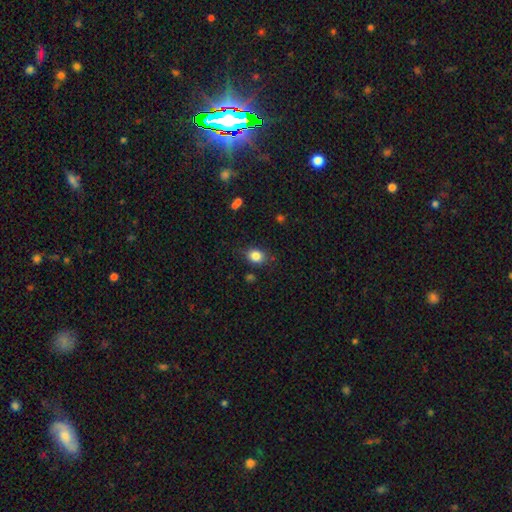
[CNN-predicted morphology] smooth-or-featured: smooth: 84% | star or artifact: 10% | featured or disk: 6%
  how-rounded: in between: 54% | round: 45% | cigar-shaped: 1%
  merging: none: 79% | minor disturbance: 15% | major disturbance: 4% | merger: 2%